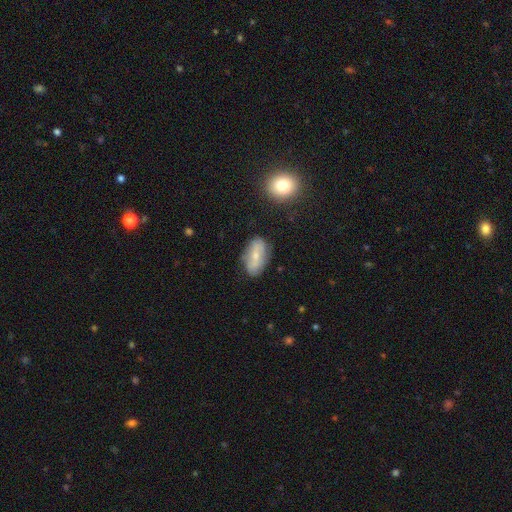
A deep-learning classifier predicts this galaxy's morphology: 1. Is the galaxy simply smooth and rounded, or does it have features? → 58% smooth, 34% featured or disk, 8% star or artifact.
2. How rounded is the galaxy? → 89% in between, 5% round, 5% cigar-shaped.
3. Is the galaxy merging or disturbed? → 76% none, 17% minor disturbance, 4% major disturbance, 2% merger.